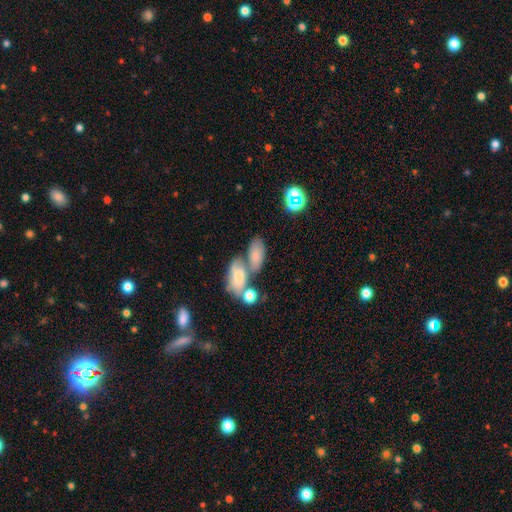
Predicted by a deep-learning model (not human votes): Morphology: type=smooth (70%); roundness=in between (89%); merging=merger (50%).